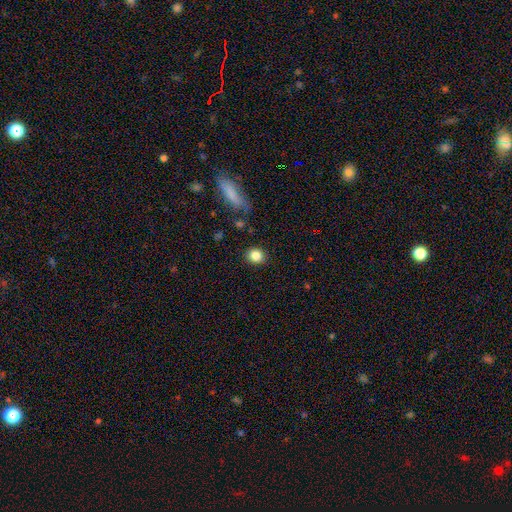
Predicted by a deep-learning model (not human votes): smooth_or_featured: smooth (p=0.85) [alt: star or artifact p=0.10]
how_rounded: round (p=0.80) [alt: in between p=0.19]
merging: none (p=0.88) [alt: minor disturbance p=0.07]